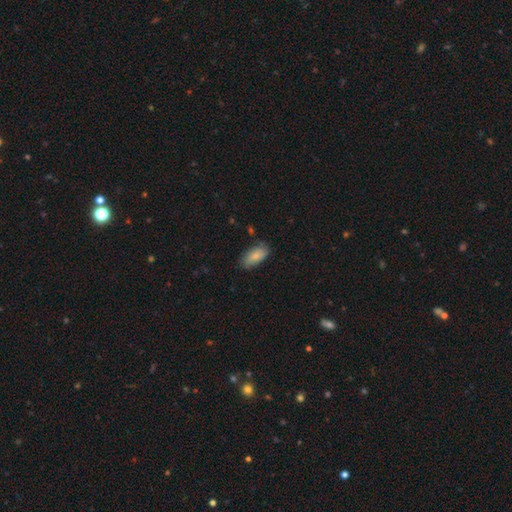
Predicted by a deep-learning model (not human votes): The model was most divided on "merging": none: 72%, minor disturbance: 22%, major disturbance: 4%, merger: 2%. More confident: how rounded — in between (91%); smooth or featured — smooth (78%).